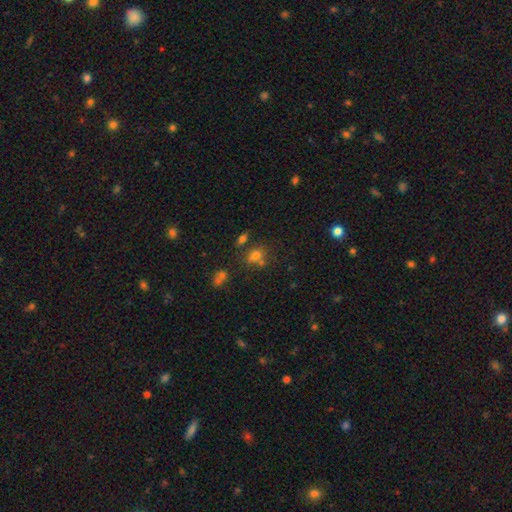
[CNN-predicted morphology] Smooth or featured? smooth (68%)
How rounded? round (57%)
Merging? none (53%)